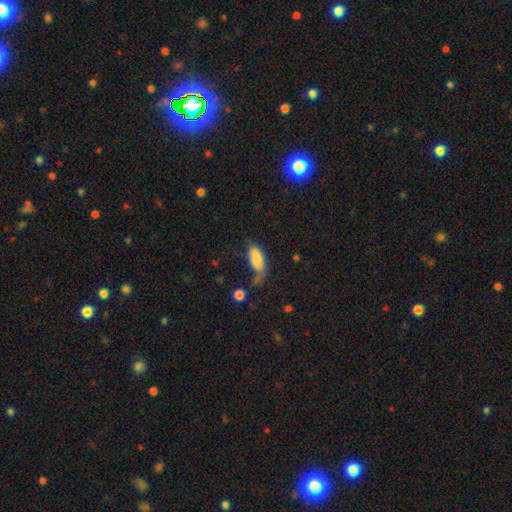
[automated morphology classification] smooth 77%, featured or disk 12%, star or artifact 11%. Down the decision tree: how rounded — in between (76%); merging — none (43%).